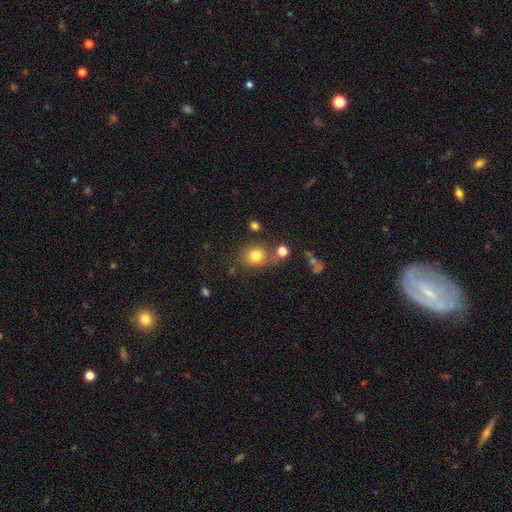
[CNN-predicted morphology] This is likely a smooth galaxy (78%). How rounded: likely round (75%). Merging: likely none (64%).